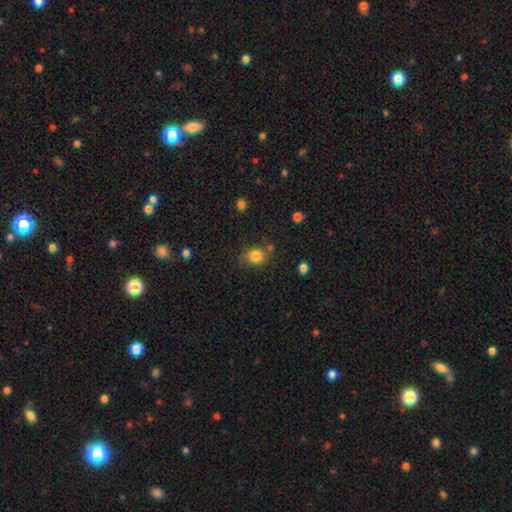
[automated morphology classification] This appears to be a smooth galaxy with no disk features (82%) that is round (61%). Merging: none (66%).